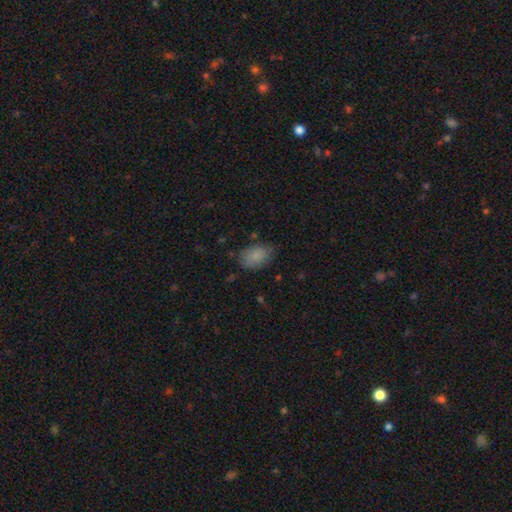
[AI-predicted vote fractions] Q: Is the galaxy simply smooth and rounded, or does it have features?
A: smooth — 85%.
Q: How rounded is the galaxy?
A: in between — 84%.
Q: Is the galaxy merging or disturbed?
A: none — 72%.